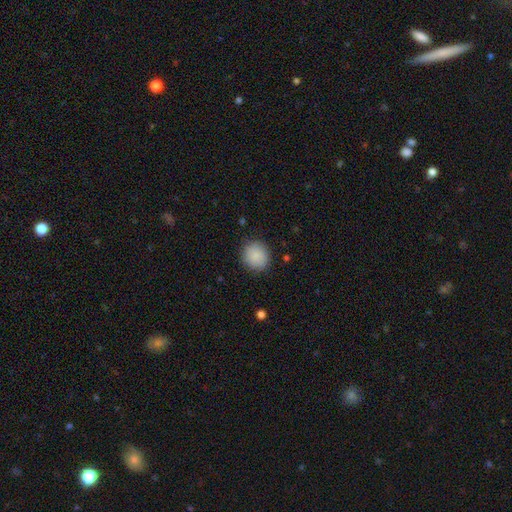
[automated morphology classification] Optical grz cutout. It shows a smooth galaxy with no disk features (88%) that is round (85%). Merging: none (88%).